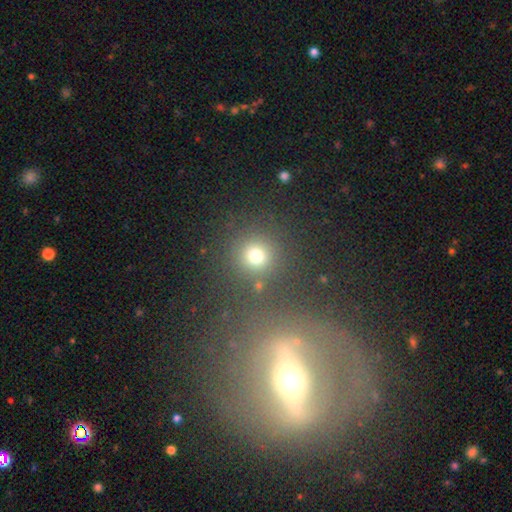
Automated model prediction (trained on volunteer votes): This appears to be a smooth galaxy with no disk features (72%) that is round (90%). Merging: none (76%).